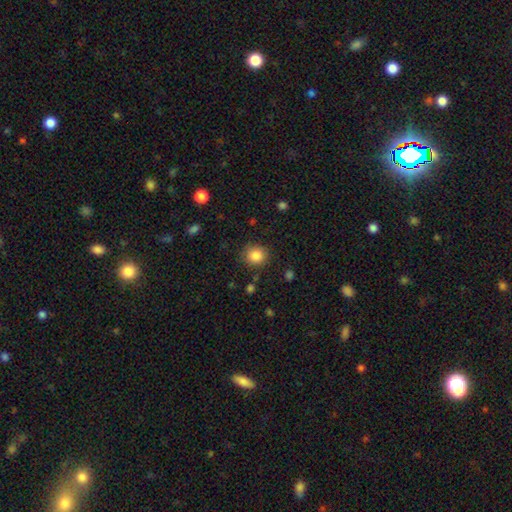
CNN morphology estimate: Smooth or featured? Predicted: smooth (p=0.85). How rounded? Predicted: round (p=0.86). Merging? Predicted: none (p=0.85).